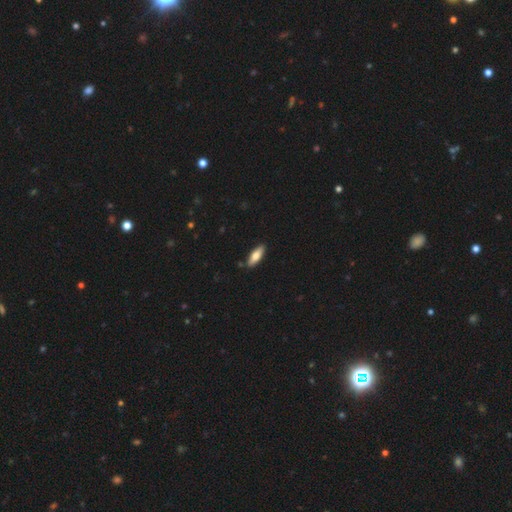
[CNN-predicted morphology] A smooth galaxy with no disk features (74%) that is in between round and cigar-shaped (61%). Merging: none (86%).